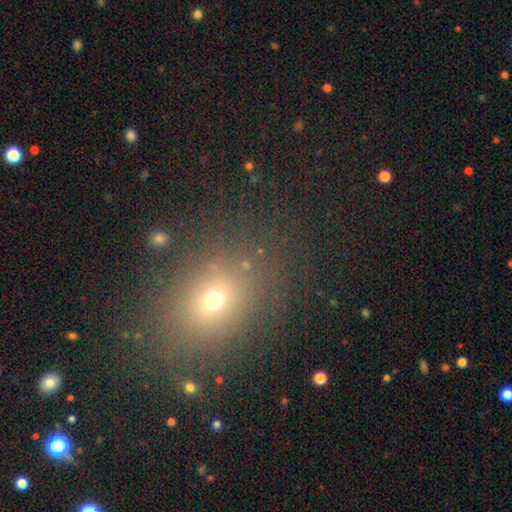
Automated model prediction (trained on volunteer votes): smooth_or_featured: smooth (p=0.57) [alt: star or artifact p=0.32]
how_rounded: in between (p=0.50) [alt: round p=0.48]
merging: none (p=0.86) [alt: minor disturbance p=0.08]